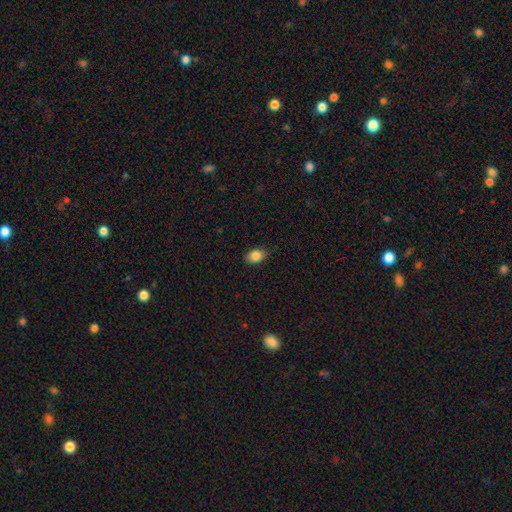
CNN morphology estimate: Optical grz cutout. It shows a smooth galaxy with no disk features (86%) that is in between round and cigar-shaped (79%). Merging: none (81%).